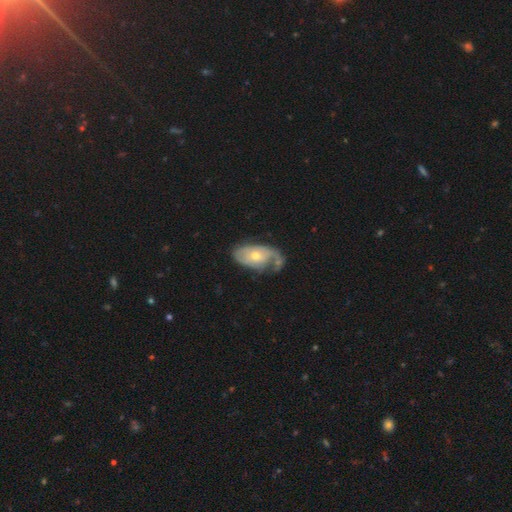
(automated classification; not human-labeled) This appears to be a featured or disk galaxy (63%) with no bar (76%), spiral arms (72%) and a moderate central bulge (55%). Merging: none (36%).